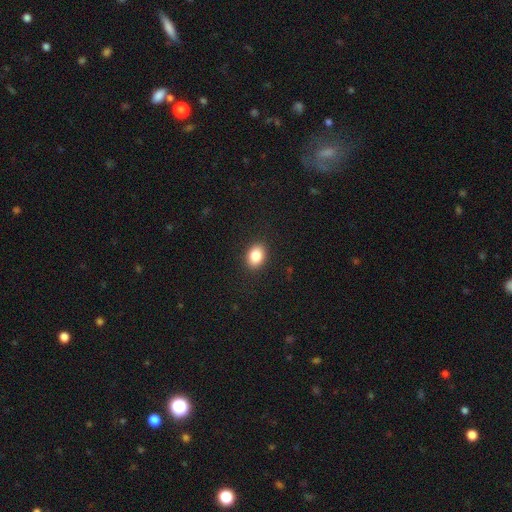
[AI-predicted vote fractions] Smooth or featured? Predicted: smooth (p=0.85). How rounded? Predicted: in between (p=0.71). Merging? Predicted: none (p=0.89).